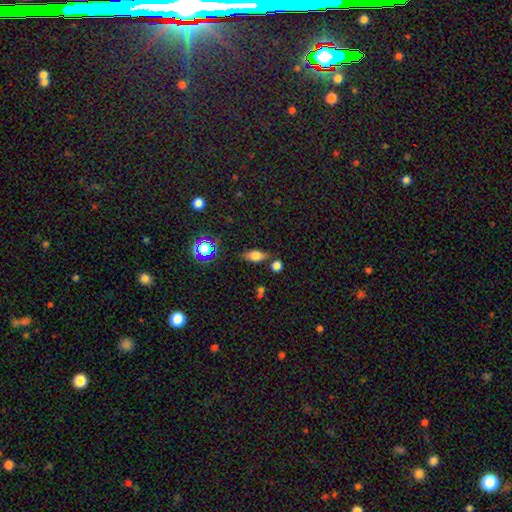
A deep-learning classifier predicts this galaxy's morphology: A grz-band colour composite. It shows a smooth galaxy with no disk features (69%) that is in between round and cigar-shaped (75%). Merging: none (70%).